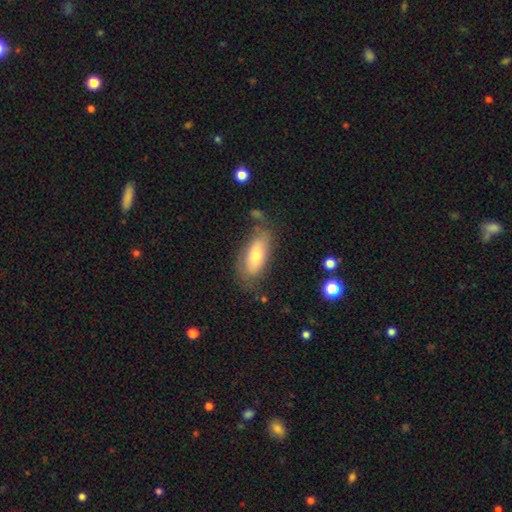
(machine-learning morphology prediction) Q: Smooth or featured?
A: smooth (68%); runner-up: featured or disk (25%)
Q: How rounded?
A: in between (82%); runner-up: cigar-shaped (16%)
Q: Merging?
A: none (69%); runner-up: minor disturbance (21%)